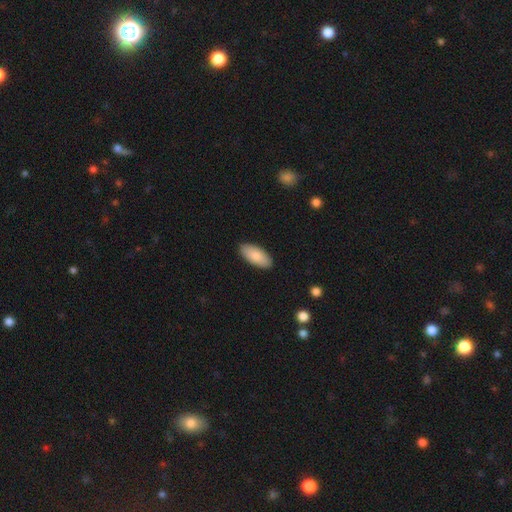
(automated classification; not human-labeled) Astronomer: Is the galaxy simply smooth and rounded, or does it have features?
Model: smooth — 85%.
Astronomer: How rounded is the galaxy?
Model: in between — 89%.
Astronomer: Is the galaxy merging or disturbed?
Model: none — 89%.